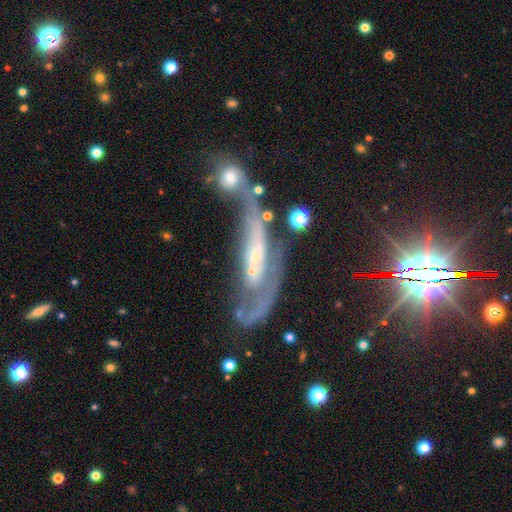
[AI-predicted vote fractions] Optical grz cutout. It shows a featured or disk galaxy (67%) with no bar (59%), spiral arms (58%) and a small central bulge (52%). Merging: merger (39%).